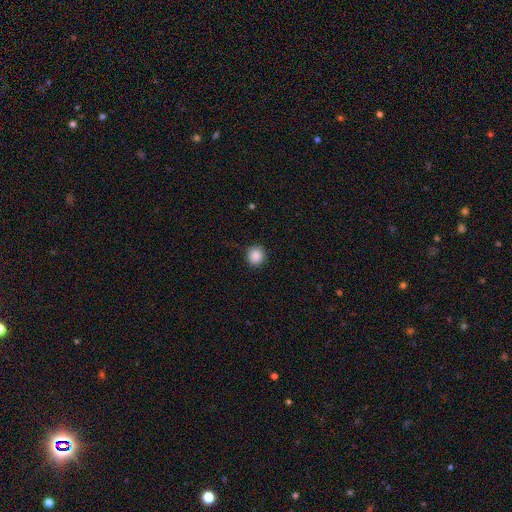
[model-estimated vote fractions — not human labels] smooth-or-featured: smooth: 88% | star or artifact: 9% | featured or disk: 3%
  how-rounded: round: 92% | in between: 7% | cigar-shaped: 1%
  merging: none: 89% | minor disturbance: 8% | major disturbance: 2% | merger: 1%